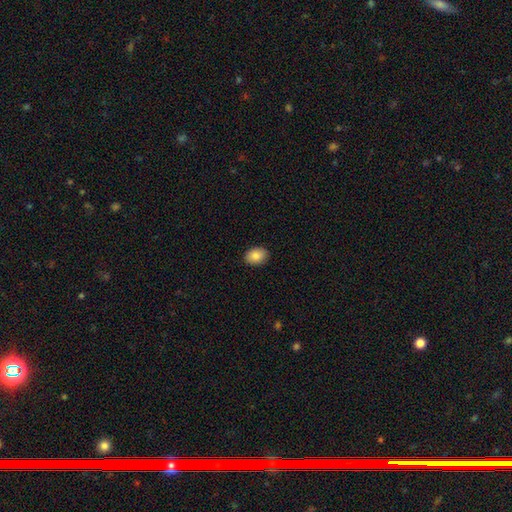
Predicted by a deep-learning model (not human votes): A smooth galaxy with no disk features (87%) that is in between round and cigar-shaped (73%). Merging: none (90%).